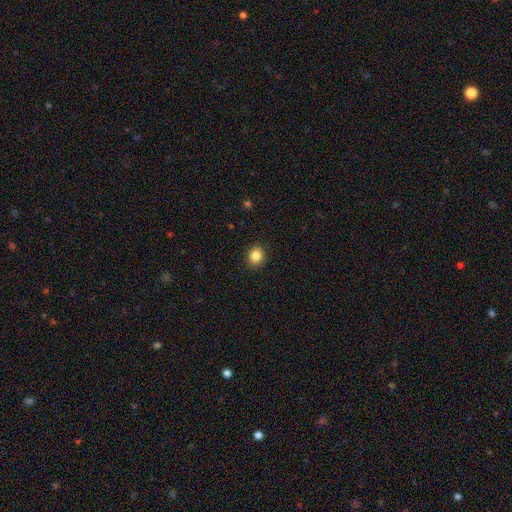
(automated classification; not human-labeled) Morphology: type=smooth (85%); roundness=round (77%); merging=none (91%).